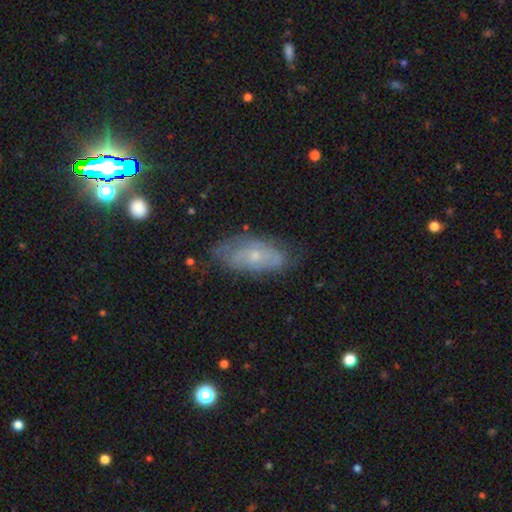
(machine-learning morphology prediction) Smooth or featured?
  - featured or disk: 56% *
  - smooth: 35%
  - star or artifact: 9%
Edge-on disk?
  - no: 88% *
  - yes: 12%
Merging?
  - none: 66% *
  - minor disturbance: 24%
  - major disturbance: 8%
  - merger: 2%